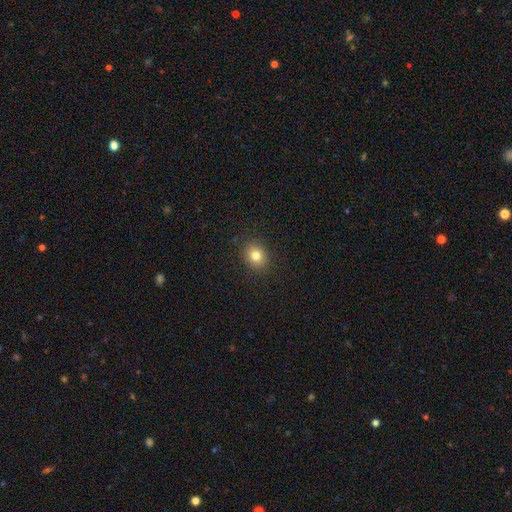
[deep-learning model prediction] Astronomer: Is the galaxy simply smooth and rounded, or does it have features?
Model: smooth — 80%.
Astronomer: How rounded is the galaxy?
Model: round — 62% (runner-up: in between, 37%).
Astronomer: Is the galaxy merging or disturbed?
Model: none — 89%.